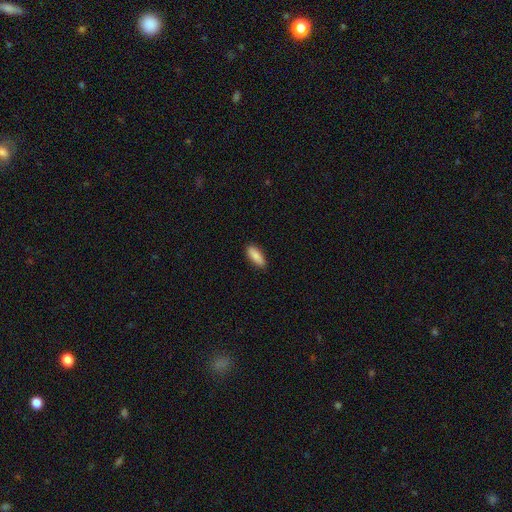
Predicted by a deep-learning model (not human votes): Smooth or featured: smooth — 86% (featured or disk — 8%)
How rounded: in between — 69% (cigar-shaped — 29%)
Merging: none — 87% (minor disturbance — 10%)